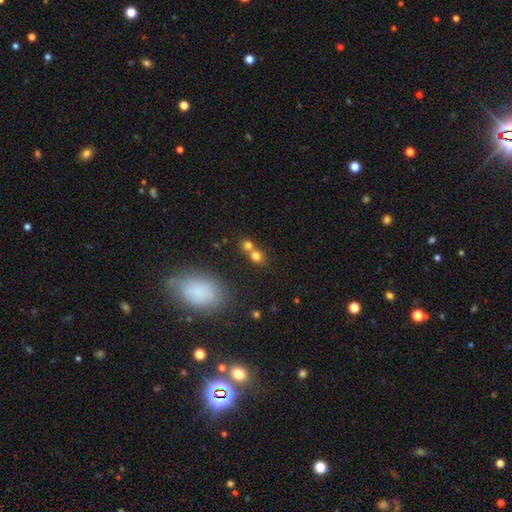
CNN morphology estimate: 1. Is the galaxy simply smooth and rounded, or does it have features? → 73% smooth, 15% star or artifact, 13% featured or disk.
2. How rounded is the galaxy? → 62% round, 36% in between, 2% cigar-shaped.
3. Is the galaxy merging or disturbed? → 49% merger, 39% none, 8% minor disturbance, 4% major disturbance.